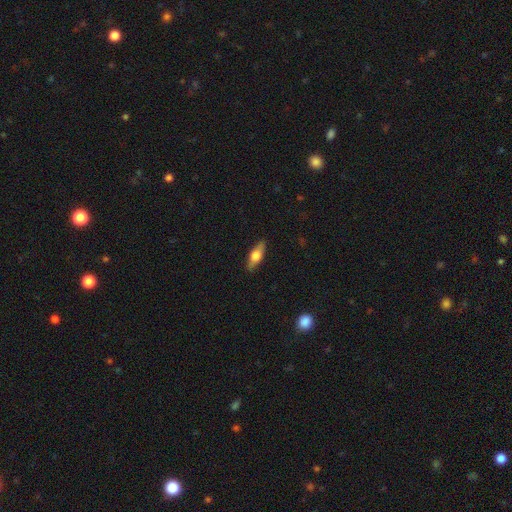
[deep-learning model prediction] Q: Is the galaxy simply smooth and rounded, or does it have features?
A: smooth — 53%.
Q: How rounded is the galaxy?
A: in between — 57%.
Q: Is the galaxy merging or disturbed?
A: none — 88%.